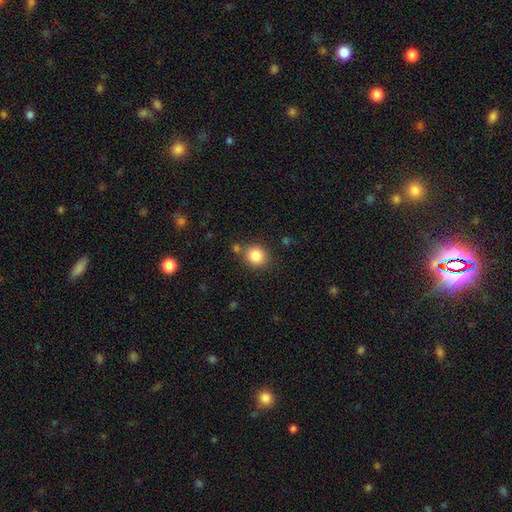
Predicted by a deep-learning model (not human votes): The model was most divided on "how rounded": round: 81%, in between: 18%, cigar-shaped: 1%. More confident: smooth or featured — smooth (85%); merging — none (78%).